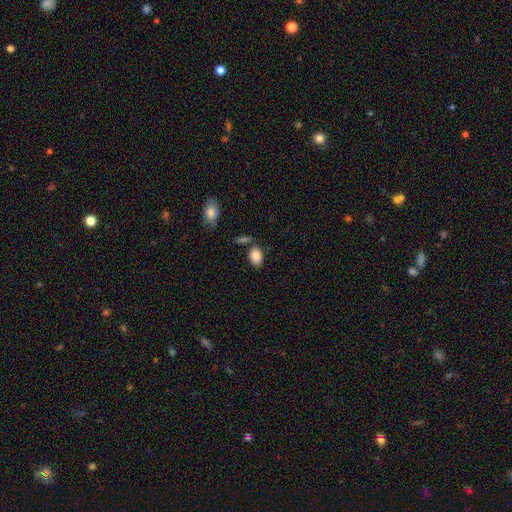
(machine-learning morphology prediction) This is clearly a smooth galaxy (86%). How rounded: clearly in between (87%). Merging: likely none (70%).